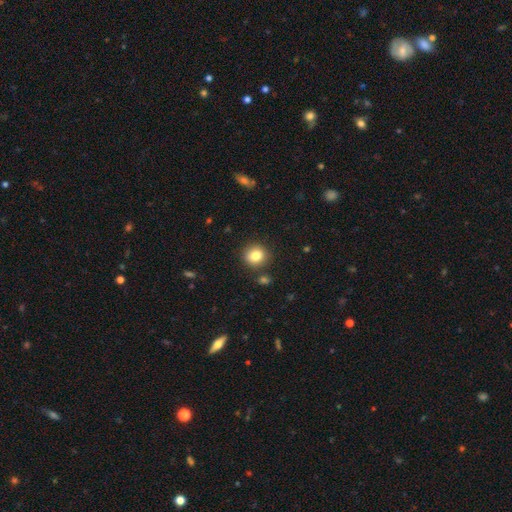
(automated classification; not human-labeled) A smooth galaxy with no disk features (83%) that is round (86%). Merging: none (87%).